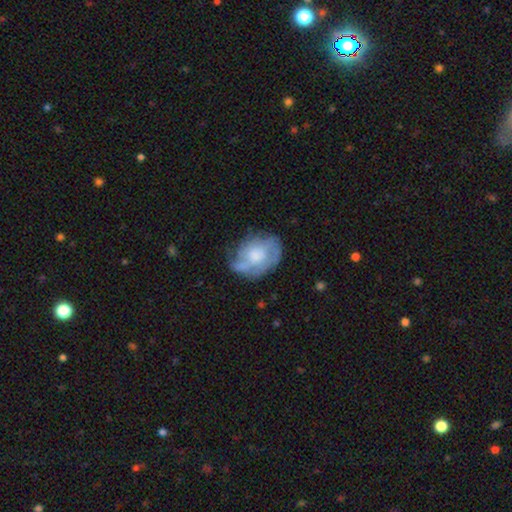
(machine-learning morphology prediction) A featured or disk galaxy (59%) with no bar (78%), spiral arms (72%) and a moderate central bulge (43%).

Vote fractions:
- Smooth or featured? featured or disk: 59% / smooth: 34% / star or artifact: 7%
- Edge-on disk? no: 97% / yes: 3%
- Bar? no: 78% / weak: 19% / strong: 3%
- Spiral arms? yes: 72% / no: 28%
- Bulge size? moderate: 43% / large: 26% / small: 18% / none: 12% / dominant: 2%
- Merging? none: 54% / minor disturbance: 28% / major disturbance: 15% / merger: 3%